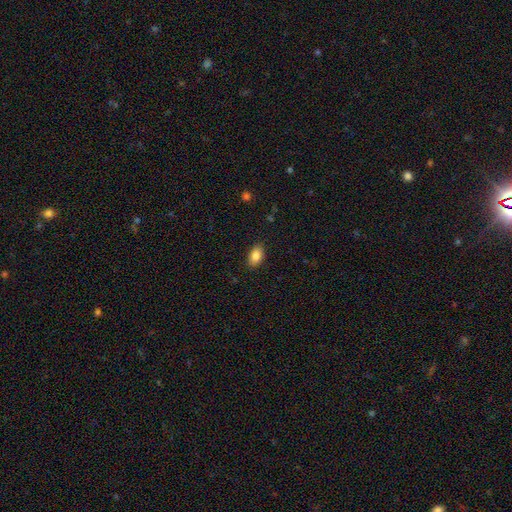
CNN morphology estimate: This is clearly a smooth galaxy (84%). How rounded: clearly in between (90%). Merging: clearly none (87%).